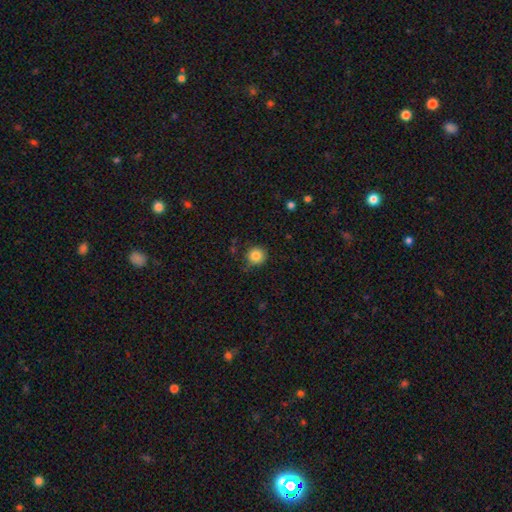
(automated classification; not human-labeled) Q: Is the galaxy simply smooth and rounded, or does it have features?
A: smooth — 84%.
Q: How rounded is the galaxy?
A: round — 92%.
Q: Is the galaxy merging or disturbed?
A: none — 79%.